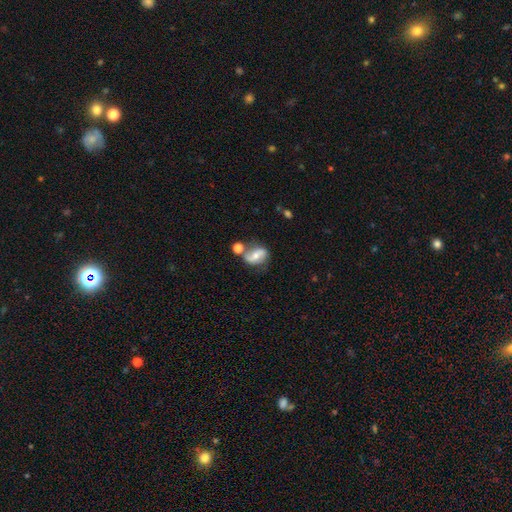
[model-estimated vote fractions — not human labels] A featured or disk galaxy (59%) with a strong bar (35%), spiral arms (81%) and a moderate central bulge (58%). Merging: none (57%).